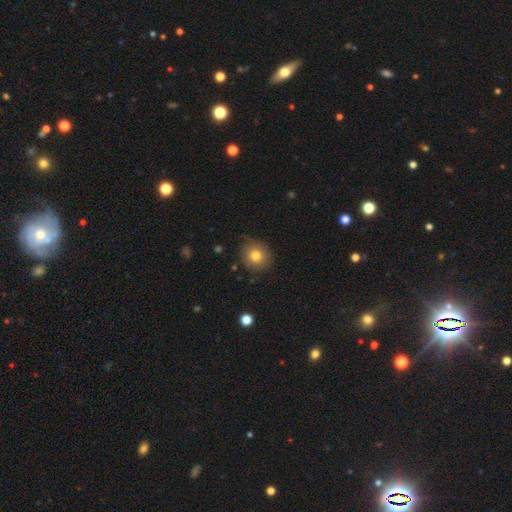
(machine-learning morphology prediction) A smooth galaxy with no disk features (78%) that is round (83%).

Vote fractions:
- Smooth or featured? smooth: 78% / featured or disk: 11% / star or artifact: 11%
- How rounded? round: 83% / in between: 16% / cigar-shaped: 1%
- Merging? none: 79% / minor disturbance: 16% / major disturbance: 4% / merger: 1%